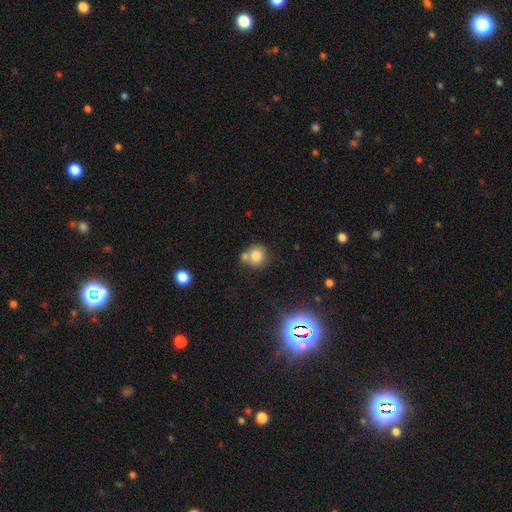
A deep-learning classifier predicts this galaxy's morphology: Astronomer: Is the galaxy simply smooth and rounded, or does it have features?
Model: smooth — 79%.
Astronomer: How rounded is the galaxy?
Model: round — 86%.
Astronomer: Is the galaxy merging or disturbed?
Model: none — 53% (runner-up: merger, 31%).